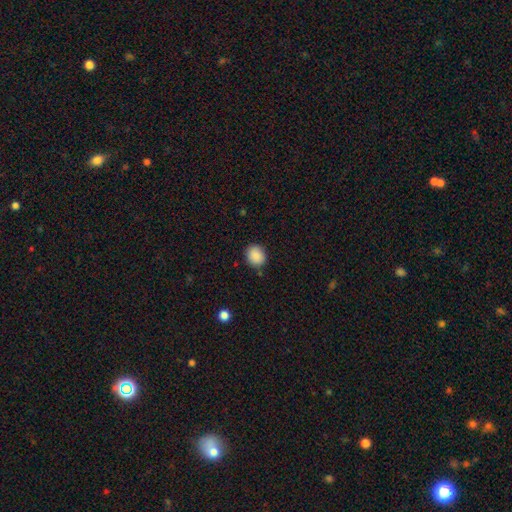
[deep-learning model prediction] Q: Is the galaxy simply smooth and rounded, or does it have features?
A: smooth — 89%.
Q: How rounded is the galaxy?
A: round — 70%.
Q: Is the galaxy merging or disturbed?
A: none — 85%.